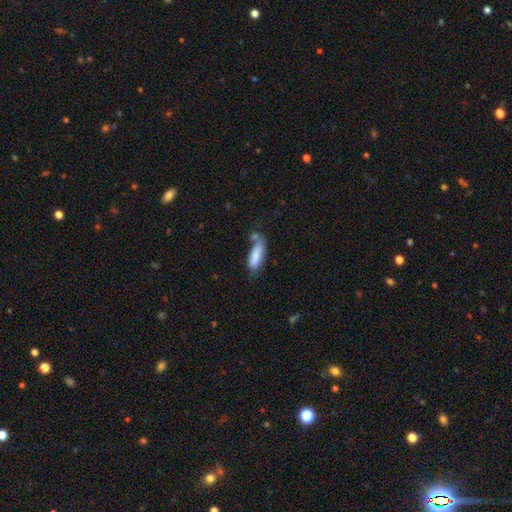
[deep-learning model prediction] The model was most divided on "how rounded": in between: 50%, cigar-shaped: 48%, round: 2%. More confident: smooth or featured — smooth (84%); merging — none (54%).